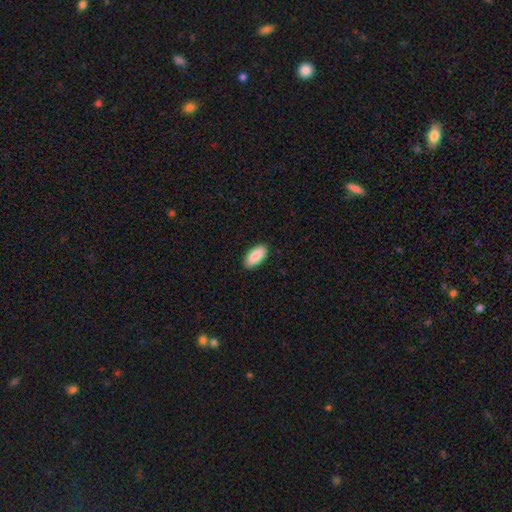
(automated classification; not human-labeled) A smooth galaxy with no disk features (90%) that is in between round and cigar-shaped (92%). Merging: none (89%).